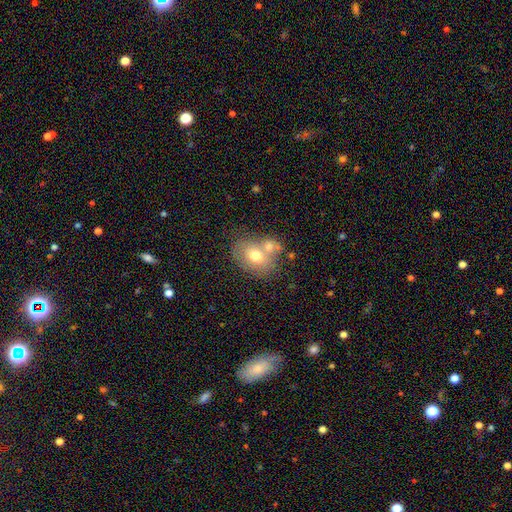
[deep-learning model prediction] The model was most divided on "merging": merger: 41%, none: 40%, minor disturbance: 14%, major disturbance: 5%. More confident: smooth or featured — smooth (65%); how rounded — in between (62%).